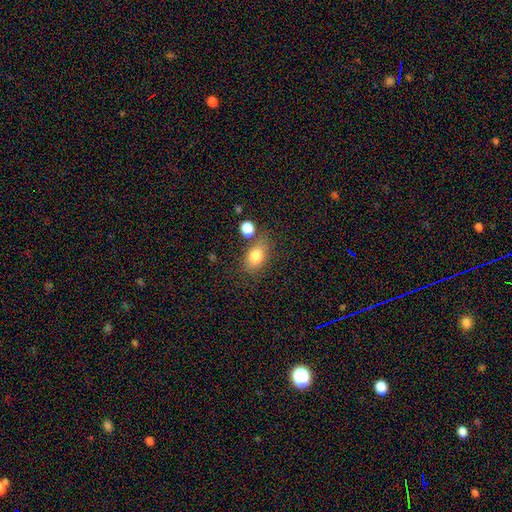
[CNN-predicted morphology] smooth-or-featured: smooth: 80% | featured or disk: 10% | star or artifact: 9%
  how-rounded: in between: 74% | round: 23% | cigar-shaped: 2%
  merging: none: 61% | minor disturbance: 17% | merger: 16% | major disturbance: 6%